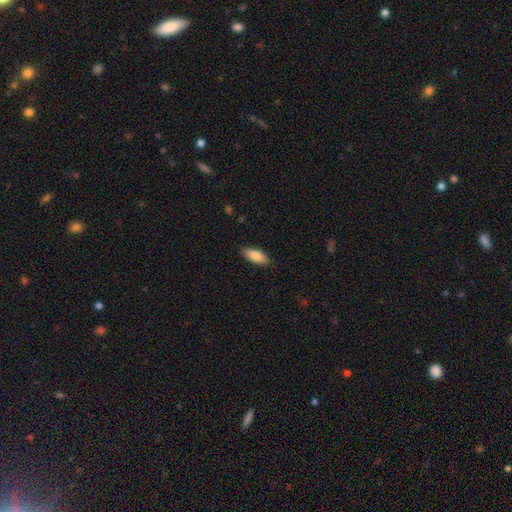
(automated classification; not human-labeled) smooth 82%, featured or disk 12%, star or artifact 6%. Down the decision tree: how rounded — in between (80%); merging — none (88%).